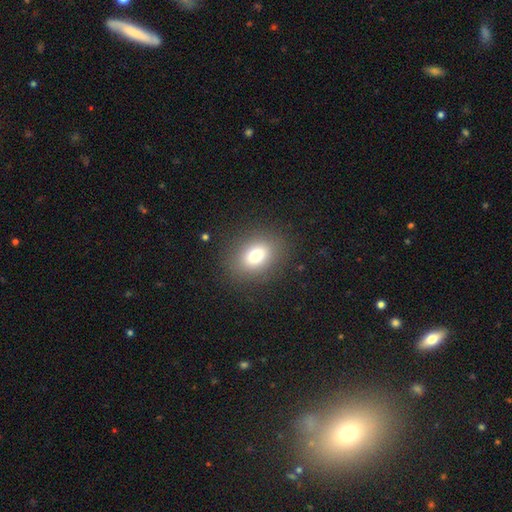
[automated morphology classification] smooth 76%, star or artifact 12%, featured or disk 12%. Down the decision tree: how rounded — in between (63%); merging — none (85%).